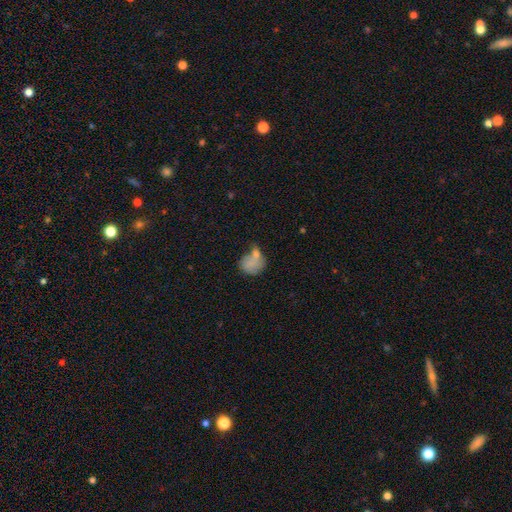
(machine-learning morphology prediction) Smooth or featured? smooth (65%)
How rounded? round (56%)
Merging? none (38%)